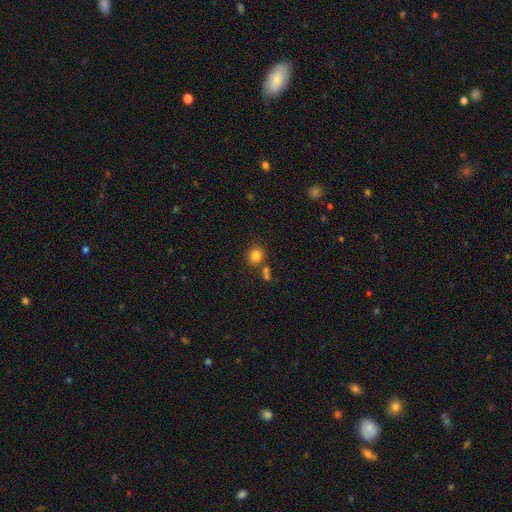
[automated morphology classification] smooth-or-featured: smooth: 83% | star or artifact: 11% | featured or disk: 6%
  how-rounded: round: 83% | in between: 16% | cigar-shaped: 1%
  merging: none: 72% | merger: 14% | minor disturbance: 10% | major disturbance: 3%